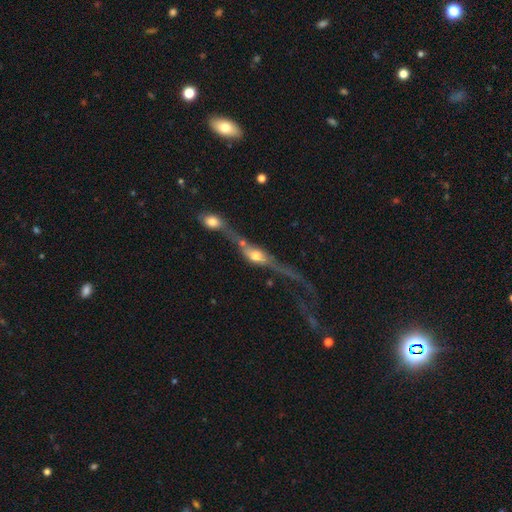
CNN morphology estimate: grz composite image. It shows a featured or disk galaxy (61%) viewed edge-on (70%). Merging: merger (53%).